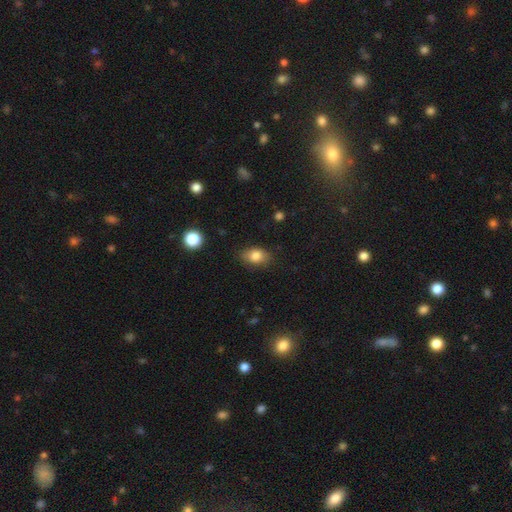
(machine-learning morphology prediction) Overall: smooth (82%). How rounded: in between (81%). Merging: none (81%).